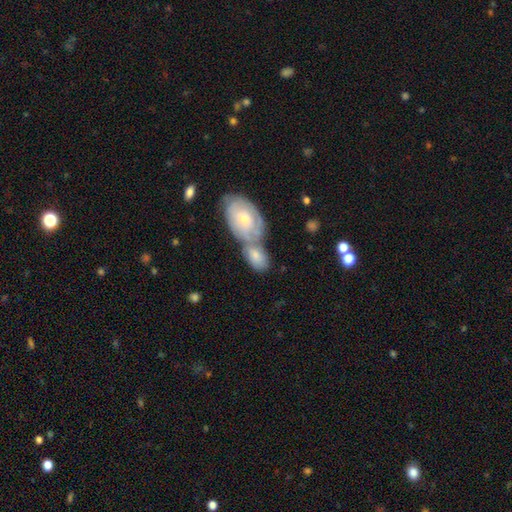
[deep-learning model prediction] This is likely a smooth galaxy (63%). How rounded: clearly in between (89%). Merging: likely merger (62%).